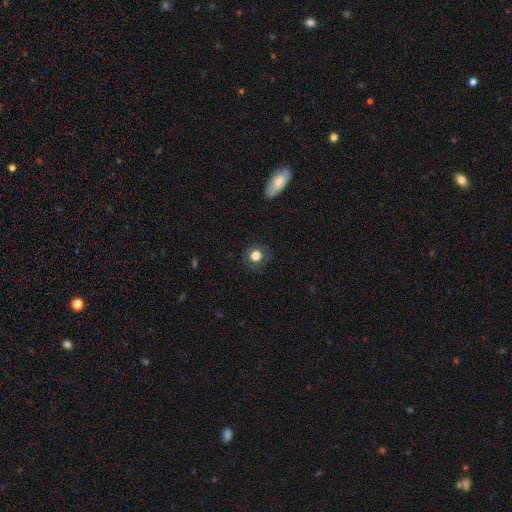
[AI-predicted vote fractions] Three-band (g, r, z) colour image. It shows a smooth galaxy with no disk features (69%) that is round (84%). Merging: none (84%).